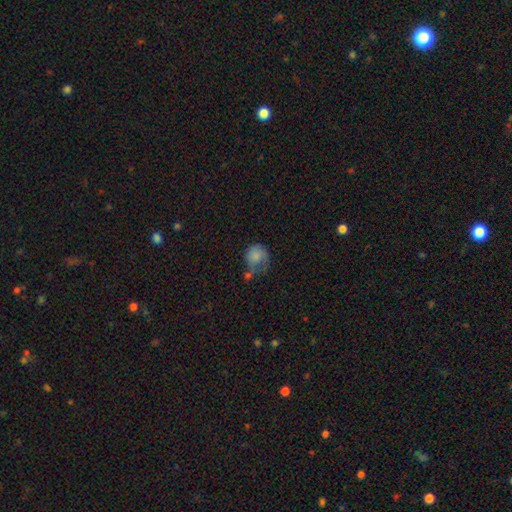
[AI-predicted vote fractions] Smooth or featured? smooth (75%)
How rounded? round (77%)
Merging? none (34%)